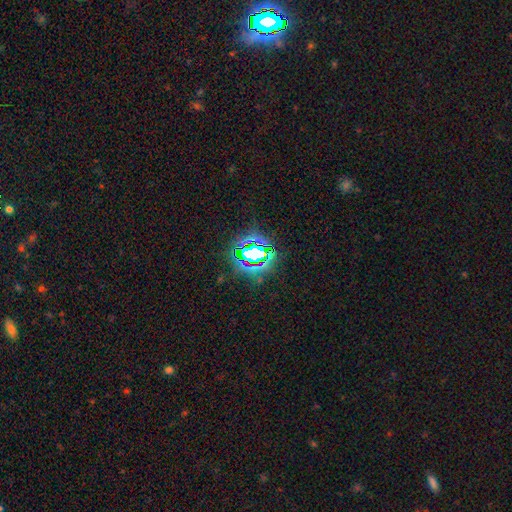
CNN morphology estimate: The model was most divided on "smooth or featured": star or artifact: 71%, smooth: 18%, featured or disk: 11%.